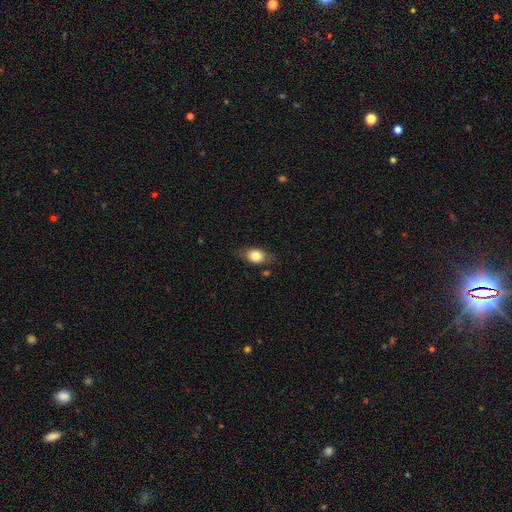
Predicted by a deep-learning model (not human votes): This is clearly a smooth galaxy (80%). How rounded: likely in between (77%). Merging: likely none (75%).